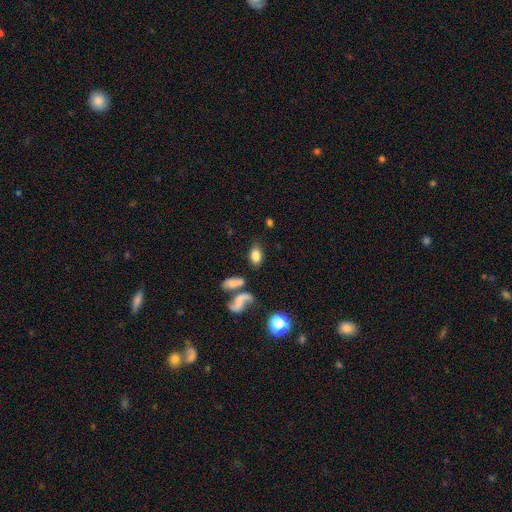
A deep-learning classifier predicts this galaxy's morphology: The model was most divided on "merging": none: 71%, minor disturbance: 13%, merger: 10%, major disturbance: 6%. More confident: how rounded — in between (88%); smooth or featured — smooth (77%).